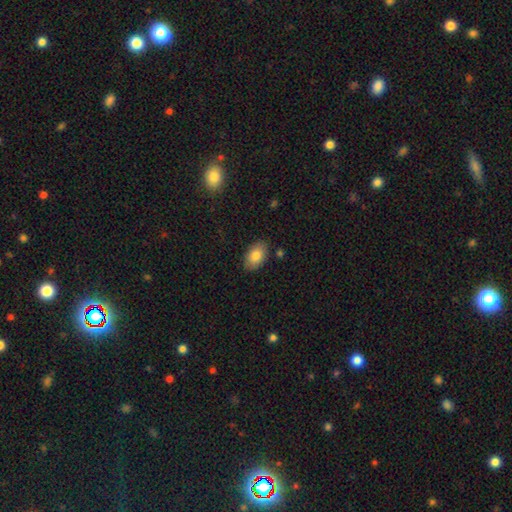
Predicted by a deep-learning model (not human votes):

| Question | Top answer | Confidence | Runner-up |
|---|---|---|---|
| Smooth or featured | smooth | 82% | featured or disk (11%) |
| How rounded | in between | 91% | round (8%) |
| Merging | none | 86% | minor disturbance (10%) |